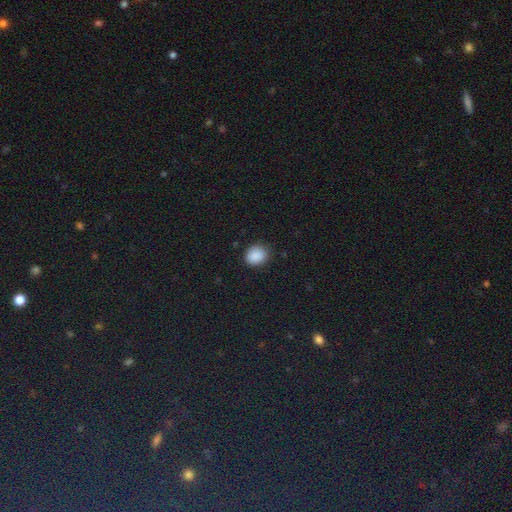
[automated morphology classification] A smooth galaxy with no disk features (88%) that is round (61%). Merging: none (82%).